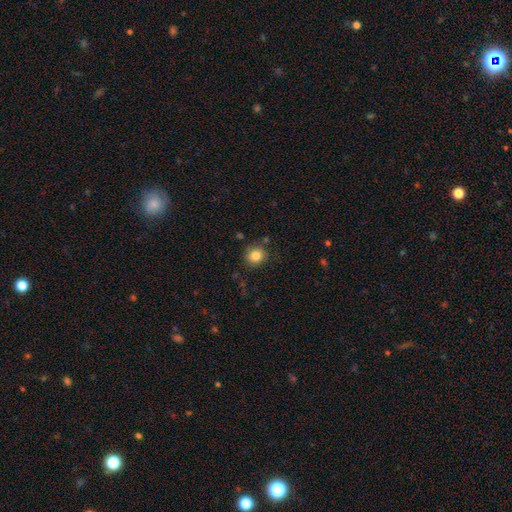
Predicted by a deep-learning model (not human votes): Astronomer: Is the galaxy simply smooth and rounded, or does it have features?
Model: smooth — 83%.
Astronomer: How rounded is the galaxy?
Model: round — 87%.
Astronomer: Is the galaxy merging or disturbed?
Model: none — 85%.